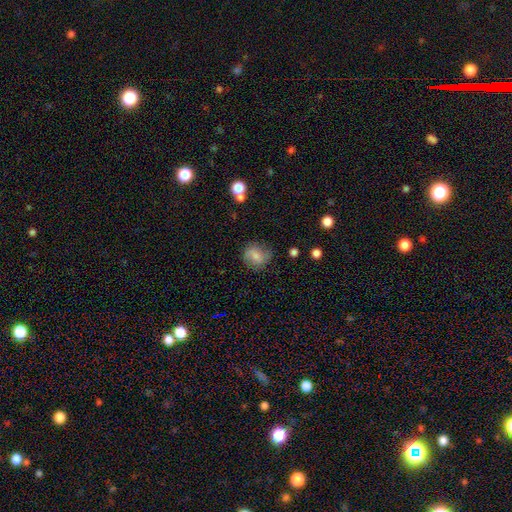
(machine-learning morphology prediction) A smooth galaxy with no disk features (56%) that is round (78%).

Vote fractions:
- Smooth or featured? smooth: 56% / featured or disk: 35% / star or artifact: 9%
- How rounded? round: 78% / in between: 21% / cigar-shaped: 1%
- Merging? none: 72% / minor disturbance: 19% / major disturbance: 7% / merger: 2%